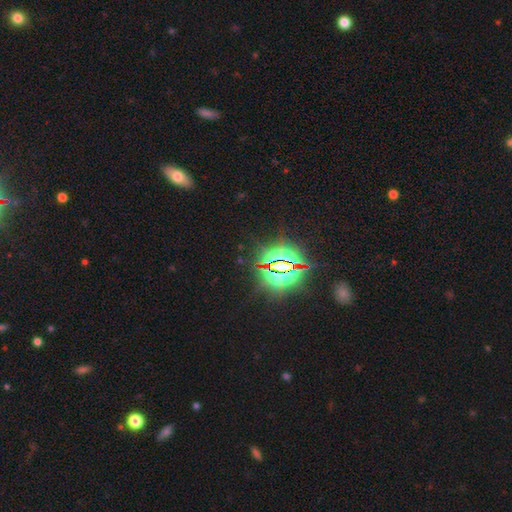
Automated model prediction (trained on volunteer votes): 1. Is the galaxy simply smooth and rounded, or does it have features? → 81% star or artifact, 11% smooth, 9% featured or disk.